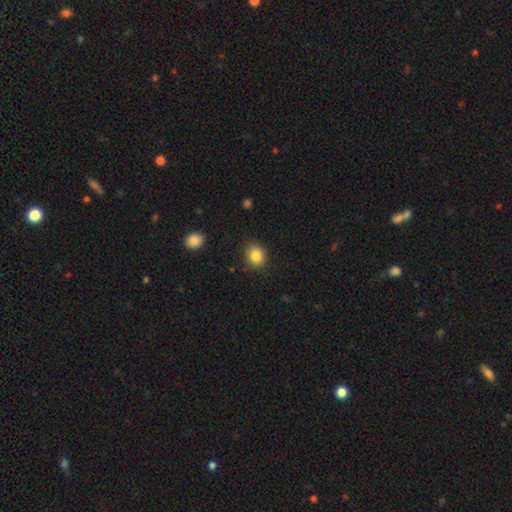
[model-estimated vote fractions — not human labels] The model was most divided on "how rounded": round: 69%, in between: 30%, cigar-shaped: 1%. More confident: merging — none (87%); smooth or featured — smooth (85%).